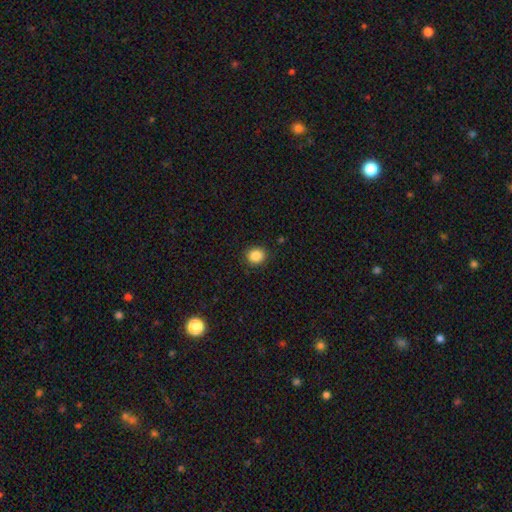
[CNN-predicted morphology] A smooth galaxy with no disk features (86%) that is round (83%).

Vote fractions:
- Smooth or featured? smooth: 86% / star or artifact: 10% / featured or disk: 4%
- How rounded? round: 83% / in between: 16% / cigar-shaped: 1%
- Merging? none: 90% / minor disturbance: 7% / major disturbance: 2% / merger: 1%